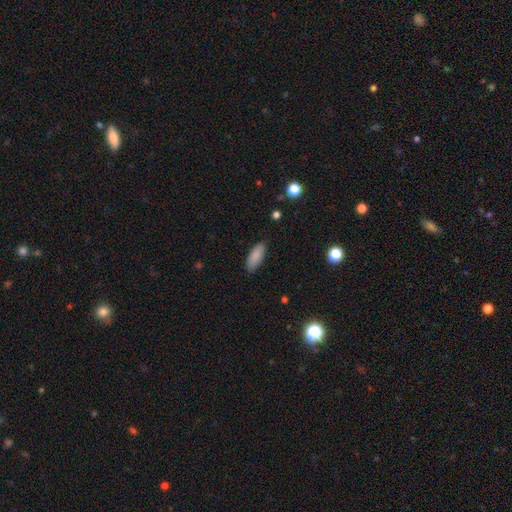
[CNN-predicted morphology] smooth-or-featured: smooth: 88% | star or artifact: 7% | featured or disk: 6%
  how-rounded: in between: 75% | cigar-shaped: 23% | round: 2%
  merging: none: 86% | minor disturbance: 11% | major disturbance: 2% | merger: 1%